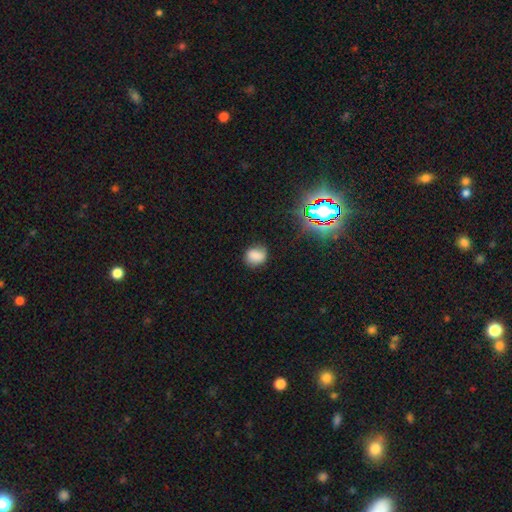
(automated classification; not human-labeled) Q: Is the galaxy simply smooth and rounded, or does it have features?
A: smooth — 79%.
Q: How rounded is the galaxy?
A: round — 62%.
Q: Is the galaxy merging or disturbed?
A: none — 76%.